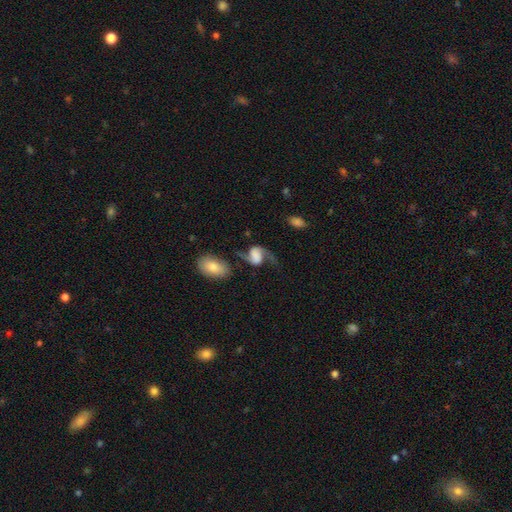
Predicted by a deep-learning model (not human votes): Q: Smooth or featured?
A: featured or disk (76%); runner-up: smooth (16%)
Q: Edge-on disk?
A: no (98%); runner-up: yes (2%)
Q: Bar?
A: no (45%); runner-up: weak (35%)
Q: Spiral arms?
A: yes (94%); runner-up: no (6%)
Q: Spiral winding?
A: loose (74%); runner-up: medium (21%)
Q: Spiral arm count?
A: 2 (89%); runner-up: 1 (6%)
Q: Bulge size?
A: none (40%); runner-up: large (26%)
Q: Merging?
A: none (56%); runner-up: minor disturbance (19%)